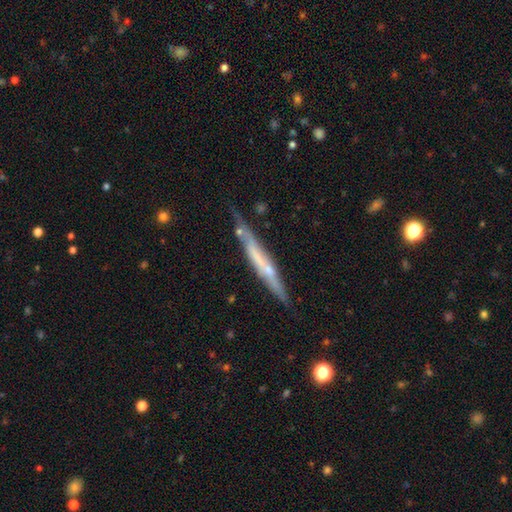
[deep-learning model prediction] This appears to be a featured or disk galaxy (57%) viewed edge-on (91%) with no central bulge (54%). Merging: none (65%).